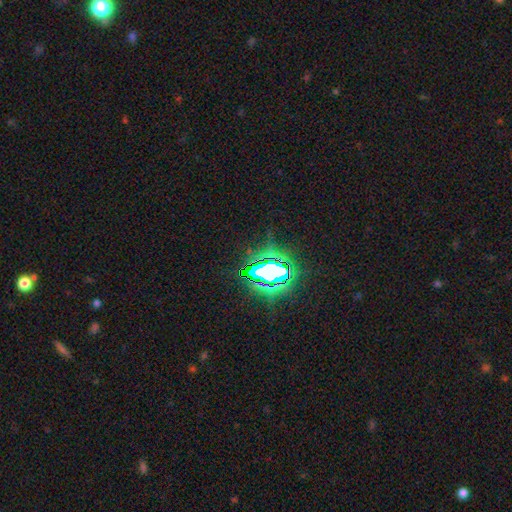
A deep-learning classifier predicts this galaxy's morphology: Overall: star or artifact (83%).